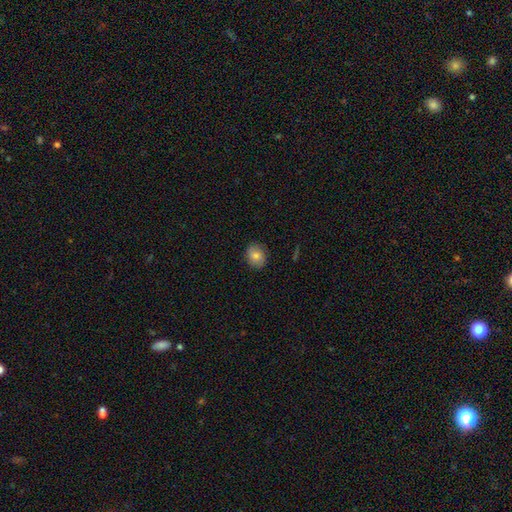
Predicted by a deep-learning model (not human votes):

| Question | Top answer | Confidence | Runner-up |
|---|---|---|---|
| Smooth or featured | smooth | 76% | featured or disk (15%) |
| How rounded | round | 57% | in between (42%) |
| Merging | none | 85% | minor disturbance (11%) |